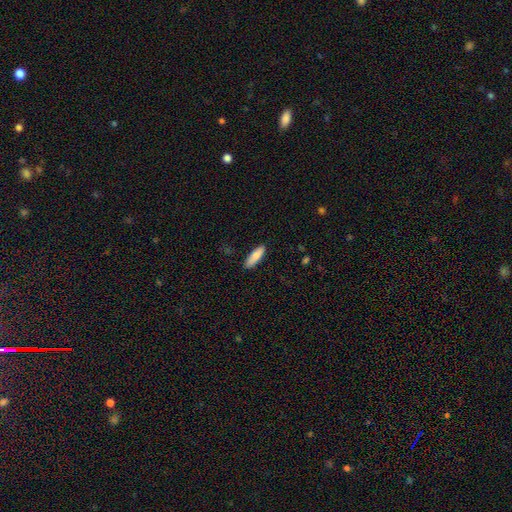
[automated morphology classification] Smooth or featured? Predicted: smooth (p=0.78). How rounded? Predicted: cigar-shaped (p=0.51). Merging? Predicted: none (p=0.88).